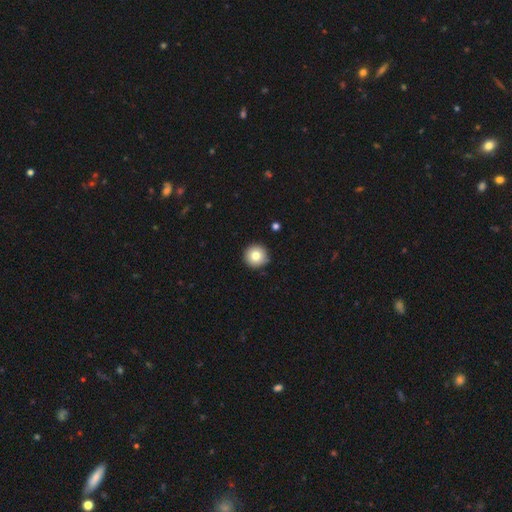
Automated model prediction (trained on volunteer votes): Q: Smooth or featured?
A: smooth (81%); runner-up: featured or disk (10%)
Q: How rounded?
A: round (96%); runner-up: in between (3%)
Q: Merging?
A: none (91%); runner-up: minor disturbance (6%)